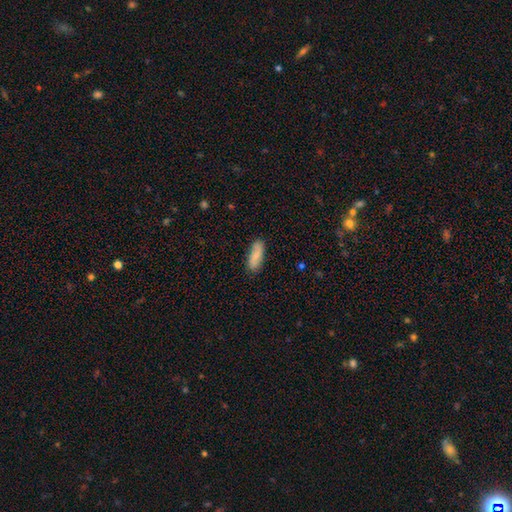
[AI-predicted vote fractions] smooth-or-featured: smooth: 83% | featured or disk: 11% | star or artifact: 6%
  how-rounded: in between: 64% | cigar-shaped: 33% | round: 2%
  merging: none: 83% | minor disturbance: 13% | major disturbance: 2% | merger: 1%